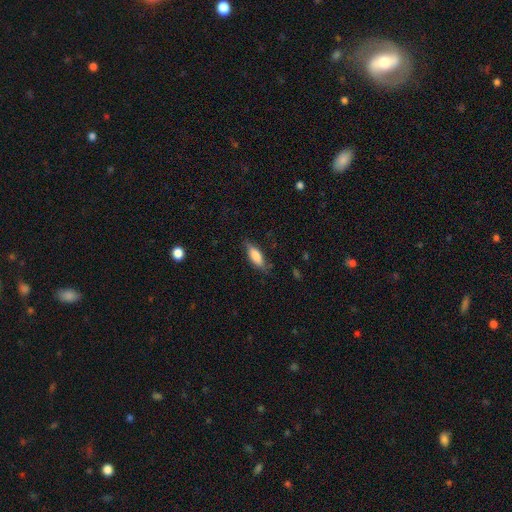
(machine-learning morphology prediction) Smooth or featured: smooth — 76% (featured or disk — 18%)
How rounded: in between — 62% (cigar-shaped — 36%)
Merging: none — 75% (minor disturbance — 19%)